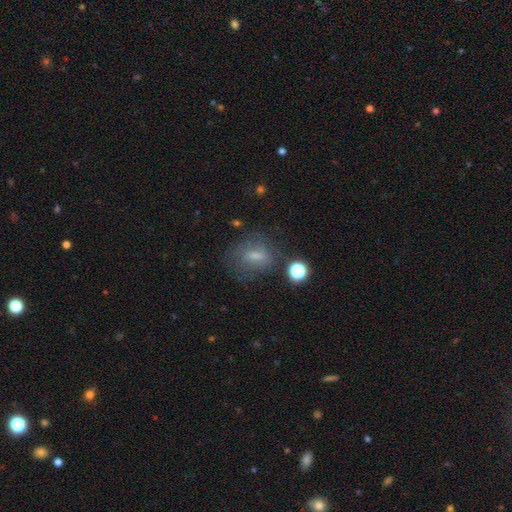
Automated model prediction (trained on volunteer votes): Smooth or featured: smooth — 53% (featured or disk — 30%)
How rounded: in between — 57% (round — 37%)
Merging: none — 59% (minor disturbance — 21%)